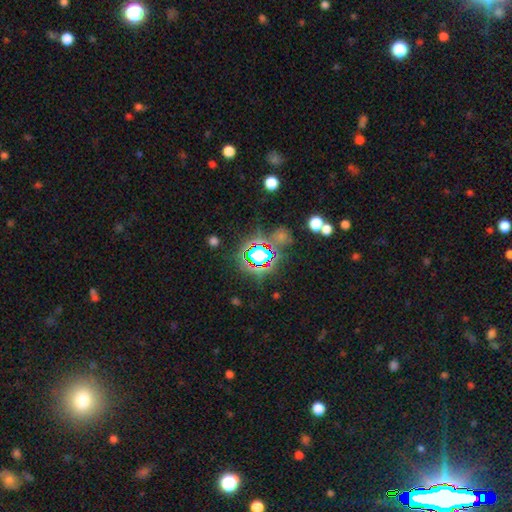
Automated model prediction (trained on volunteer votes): Smooth or featured?
  - star or artifact: 79% *
  - smooth: 13%
  - featured or disk: 8%